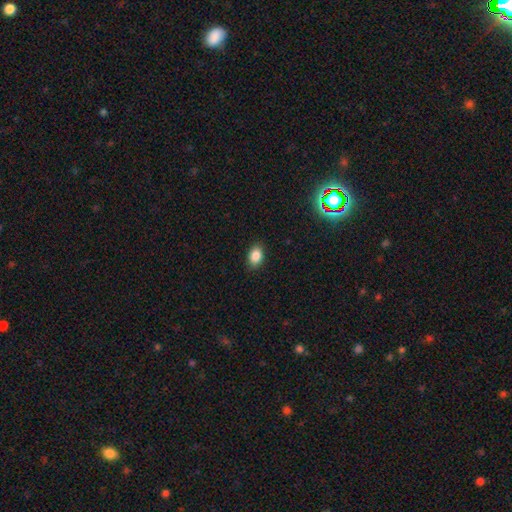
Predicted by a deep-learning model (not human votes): Overall: smooth (86%). How rounded: in between (79%). Merging: none (87%).